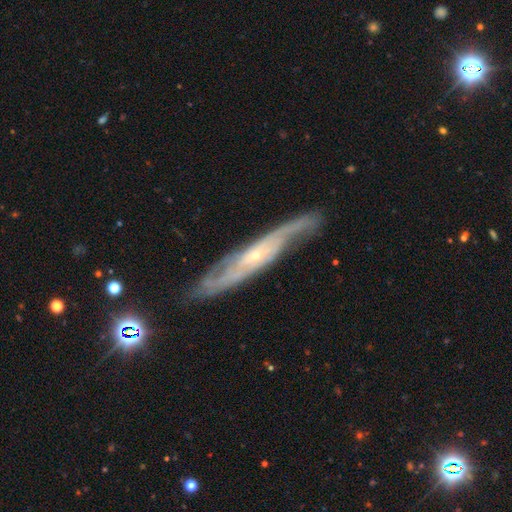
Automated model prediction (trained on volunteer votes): Overall: featured or disk (83%). Edge-on disk: no (58%; yes 42%). Merging: none (77%).